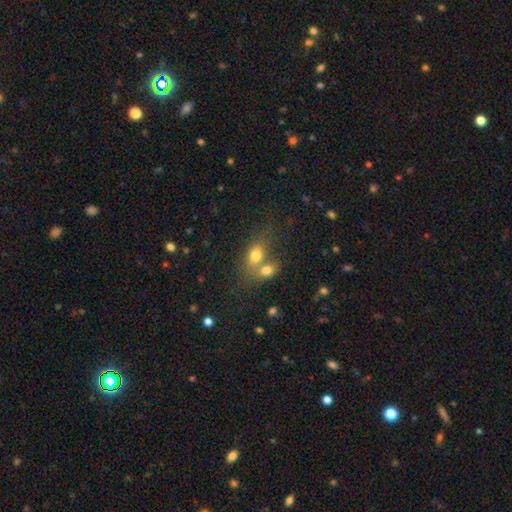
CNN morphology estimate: Smooth or featured? smooth (75%)
How rounded? in between (74%)
Merging? merger (59%)